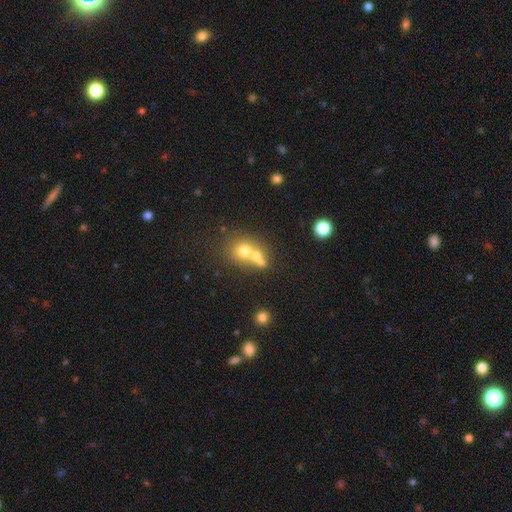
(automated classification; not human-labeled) A smooth galaxy with no disk features (64%) that is round (75%). Merging: merger (57%).